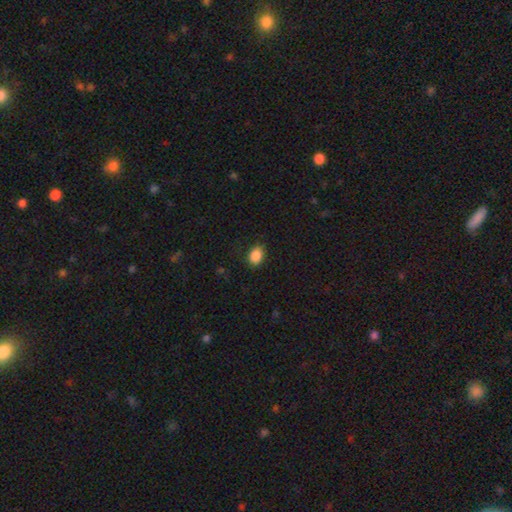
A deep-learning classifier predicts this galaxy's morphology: Smooth or featured? smooth (88%)
How rounded? in between (75%)
Merging? none (83%)